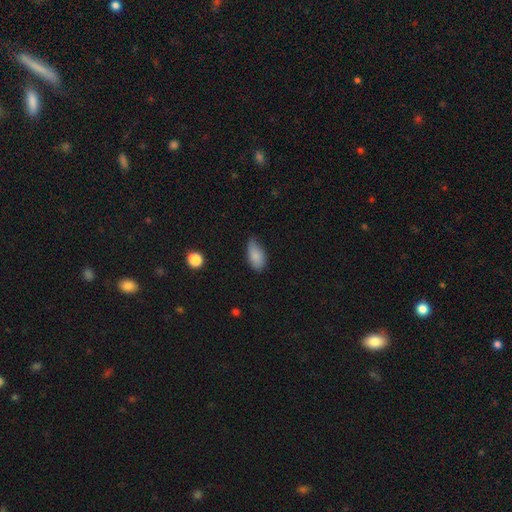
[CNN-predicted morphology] Smooth or featured: smooth — 85% (star or artifact — 8%)
How rounded: in between — 92% (round — 4%)
Merging: none — 54% (minor disturbance — 38%)